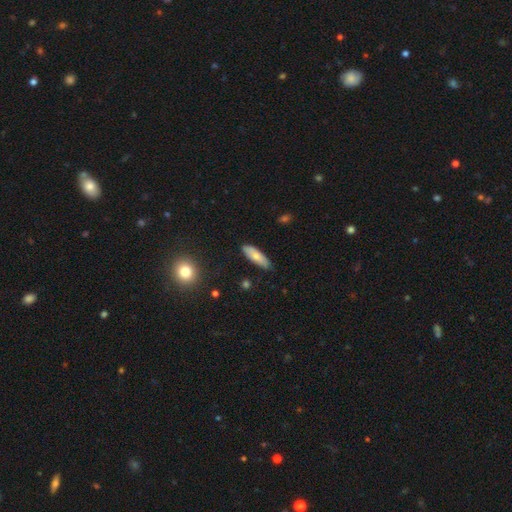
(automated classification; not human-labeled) Overall: smooth (72%). How rounded: in between (51%; cigar-shaped 46%). Merging: none (82%).